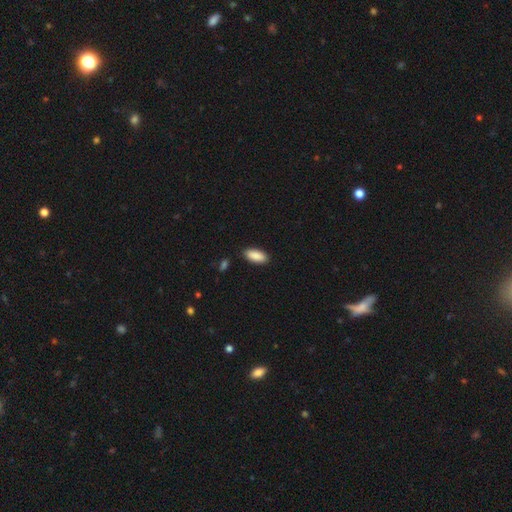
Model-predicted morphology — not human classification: This is clearly a smooth galaxy (90%). How rounded: clearly in between (88%). Merging: clearly none (88%).